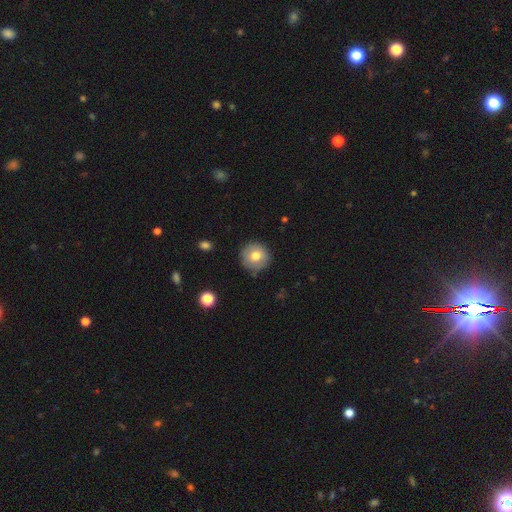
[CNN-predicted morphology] Smooth or featured: smooth — 74% (featured or disk — 17%)
How rounded: round — 94% (in between — 5%)
Merging: none — 85% (minor disturbance — 11%)